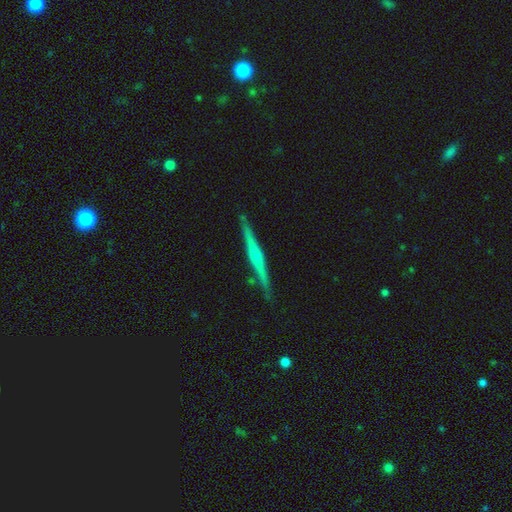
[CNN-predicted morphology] A featured or disk galaxy (71%) viewed edge-on (98%) with a rounded central bulge (55%). Merging: none (87%).